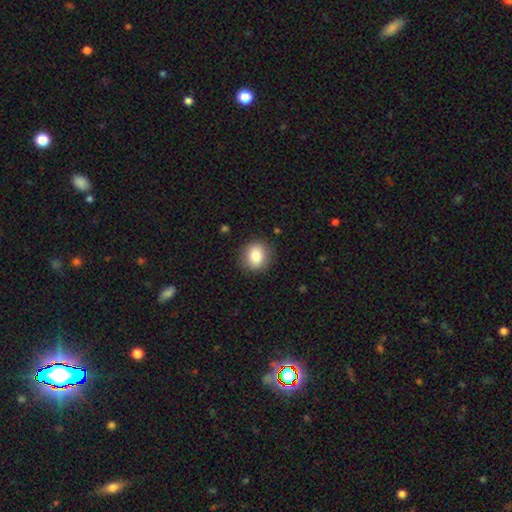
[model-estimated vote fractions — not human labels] A smooth galaxy with no disk features (82%) that is round (78%). Merging: none (87%).